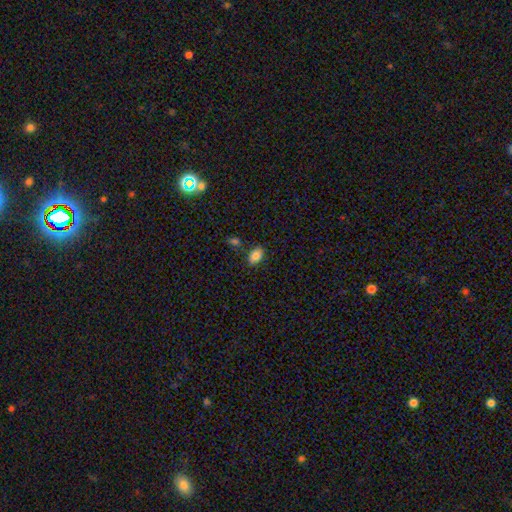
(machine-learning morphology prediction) This is clearly a smooth galaxy (84%). How rounded: clearly in between (90%). Merging: clearly none (81%).